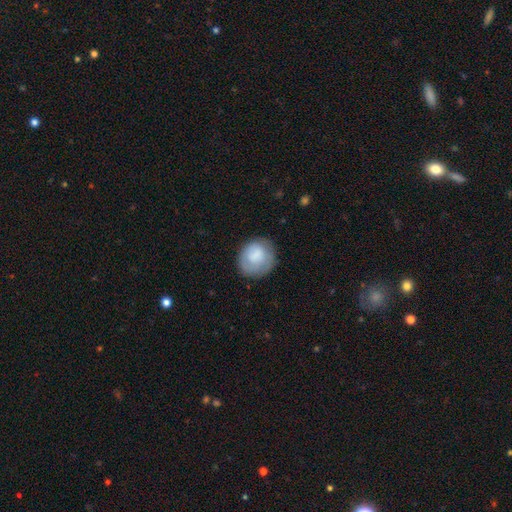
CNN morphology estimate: Smooth or featured? Predicted: smooth (p=0.78). How rounded? Predicted: round (p=0.77). Merging? Predicted: none (p=0.72).